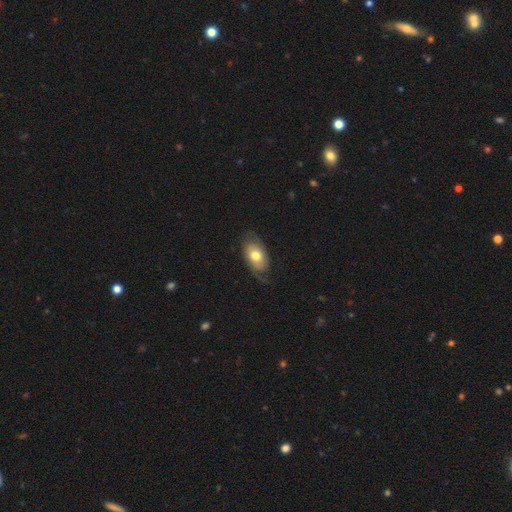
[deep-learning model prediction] Overall: smooth (47%, tied with featured or disk). Merging: none (62%; minor disturbance 24%).